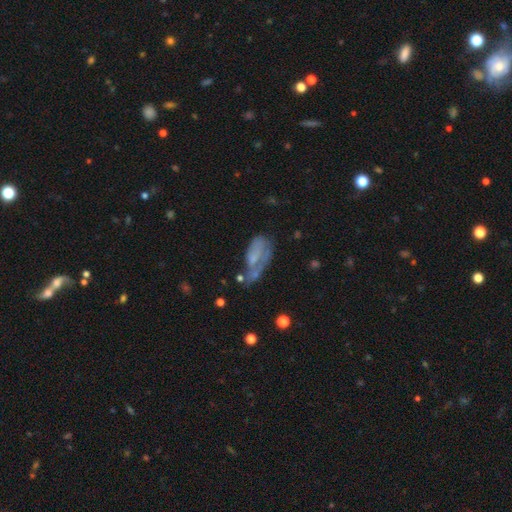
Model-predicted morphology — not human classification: Smooth or featured? featured or disk (46%)
Merging? major disturbance (36%)